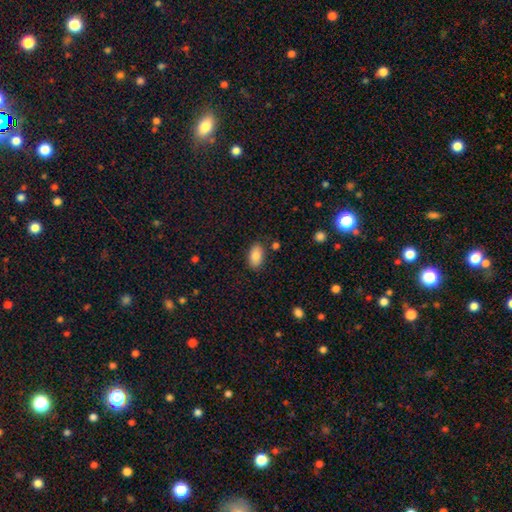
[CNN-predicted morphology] Smooth or featured?
  - smooth: 86% *
  - star or artifact: 7%
  - featured or disk: 7%
How rounded?
  - in between: 94% *
  - round: 5%
  - cigar-shaped: 2%
Merging?
  - none: 84% *
  - minor disturbance: 11%
  - major disturbance: 3%
  - merger: 2%